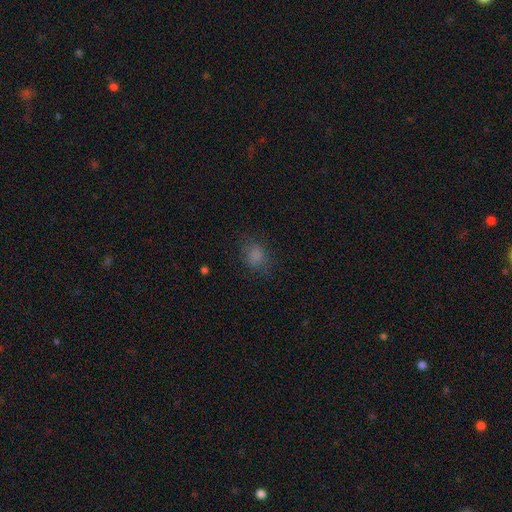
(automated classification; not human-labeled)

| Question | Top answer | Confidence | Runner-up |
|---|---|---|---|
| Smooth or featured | smooth | 80% | star or artifact (14%) |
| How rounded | round | 55% | in between (44%) |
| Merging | none | 75% | minor disturbance (16%) |